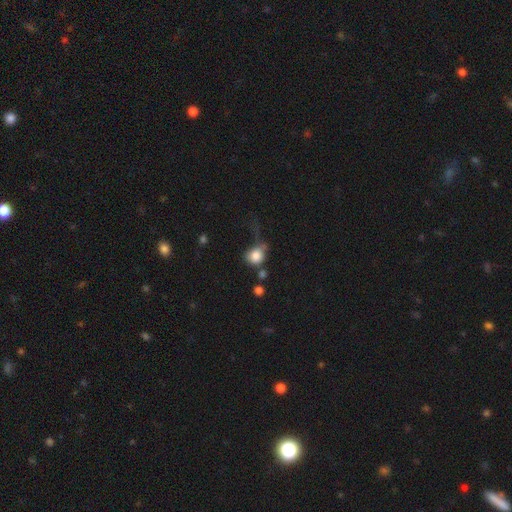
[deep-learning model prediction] Q: Smooth or featured?
A: smooth (80%); runner-up: featured or disk (10%)
Q: How rounded?
A: round (72%); runner-up: in between (27%)
Q: Merging?
A: none (38%); runner-up: major disturbance (25%)